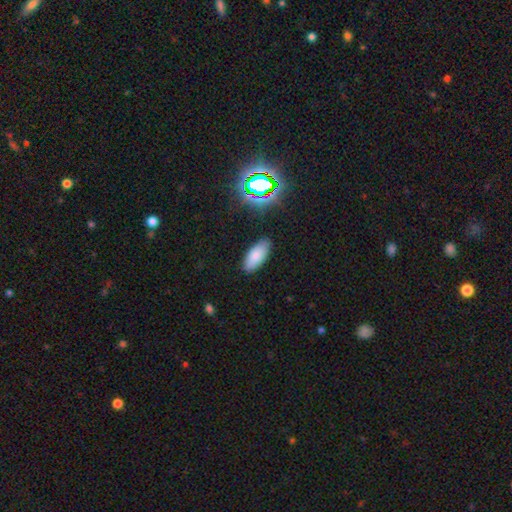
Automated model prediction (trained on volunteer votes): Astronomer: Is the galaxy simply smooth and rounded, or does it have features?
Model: smooth — 81%.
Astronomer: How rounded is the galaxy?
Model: in between — 87%.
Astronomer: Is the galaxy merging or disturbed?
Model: none — 86%.